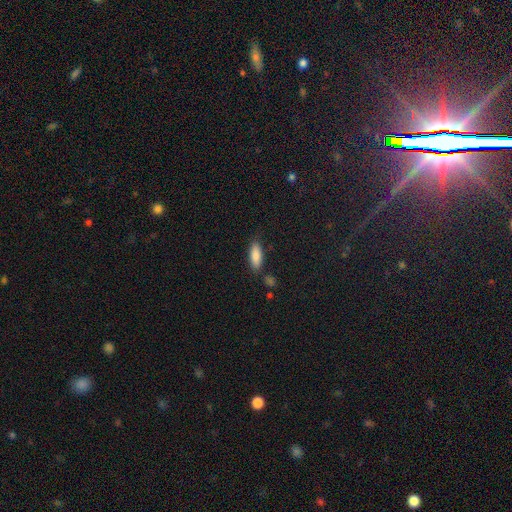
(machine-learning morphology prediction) This appears to be a smooth galaxy with no disk features (85%) that is in between round and cigar-shaped (66%). Merging: none (78%).